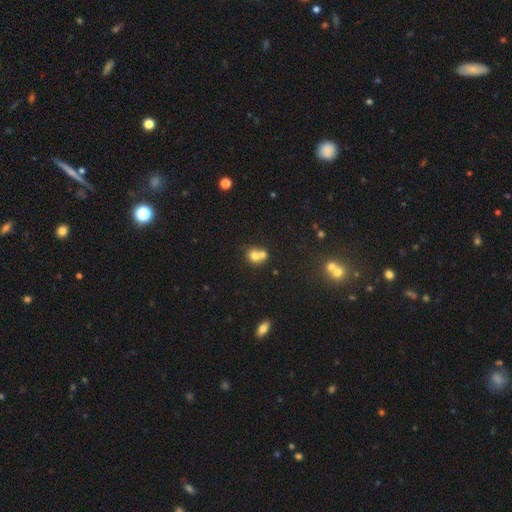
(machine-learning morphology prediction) Smooth or featured? Predicted: smooth (p=0.73). How rounded? Predicted: round (p=0.73). Merging? Predicted: merger (p=0.58).